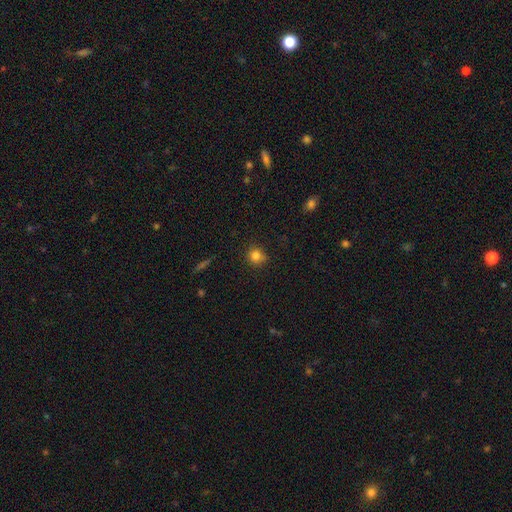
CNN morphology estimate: Overall: smooth (82%). How rounded: round (86%). Merging: none (82%).